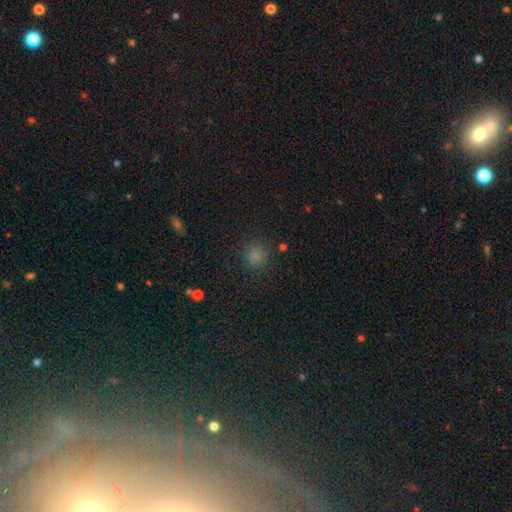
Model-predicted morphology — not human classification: smooth-or-featured: smooth: 78% | star or artifact: 17% | featured or disk: 5%
  how-rounded: round: 87% | in between: 12% | cigar-shaped: 1%
  merging: none: 85% | minor disturbance: 10% | major disturbance: 4% | merger: 2%